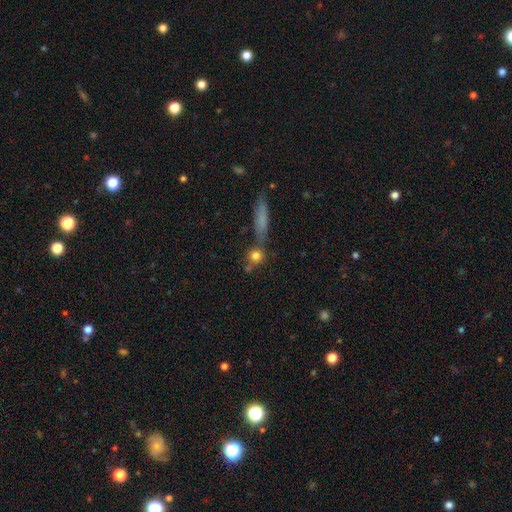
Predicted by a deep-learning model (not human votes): Smooth or featured? Predicted: smooth (p=0.78). How rounded? Predicted: round (p=0.80). Merging? Predicted: none (p=0.64).